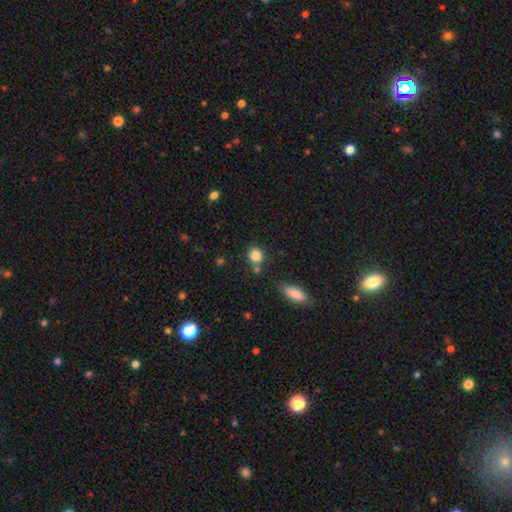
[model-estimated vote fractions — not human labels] A smooth galaxy with no disk features (83%) that is round (78%).

Vote fractions:
- Smooth or featured? smooth: 83% / star or artifact: 11% / featured or disk: 6%
- How rounded? round: 78% / in between: 20% / cigar-shaped: 2%
- Merging? none: 72% / merger: 13% / minor disturbance: 12% / major disturbance: 3%